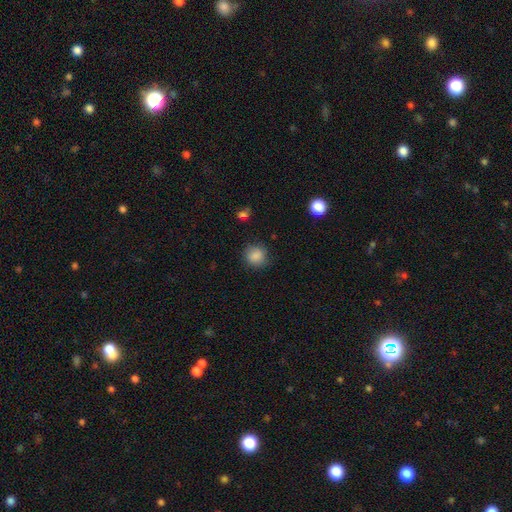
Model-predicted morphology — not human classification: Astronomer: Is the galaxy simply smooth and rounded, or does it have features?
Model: smooth — 86%.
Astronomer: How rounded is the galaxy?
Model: round — 82%.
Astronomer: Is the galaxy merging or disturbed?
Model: none — 83%.